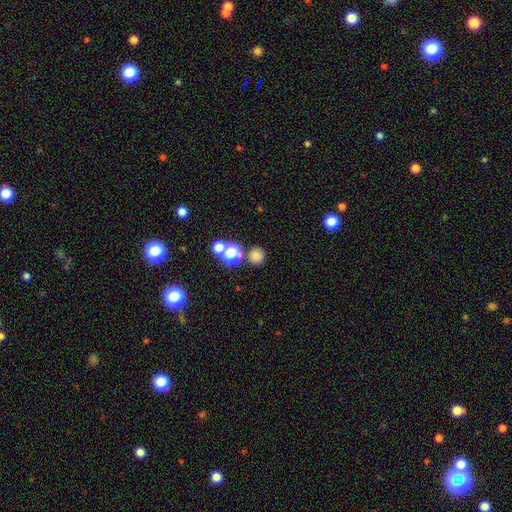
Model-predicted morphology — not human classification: This is likely a smooth galaxy (74%). How rounded: clearly round (90%). Merging: likely none (74%).